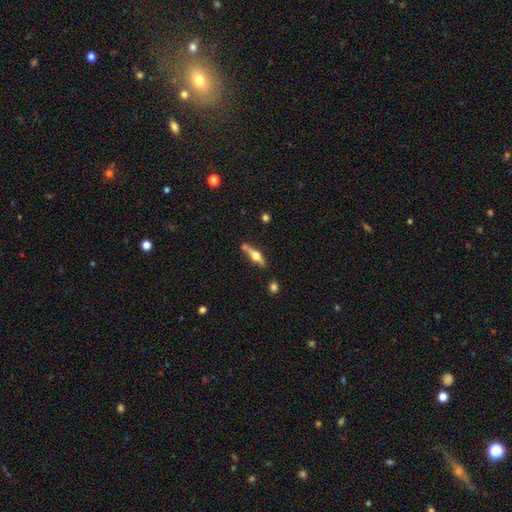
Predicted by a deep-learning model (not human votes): Smooth or featured? Predicted: featured or disk (p=0.64). Edge-on disk? Predicted: yes (p=0.95). Edge-on bulge? Predicted: rounded (p=0.95). Merging? Predicted: none (p=0.75).